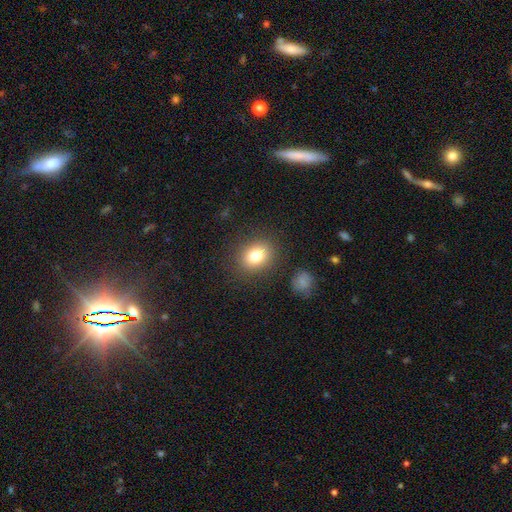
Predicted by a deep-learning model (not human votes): The model was most divided on "how rounded": round: 55%, in between: 44%, cigar-shaped: 1%. More confident: merging — none (84%); smooth or featured — smooth (79%).